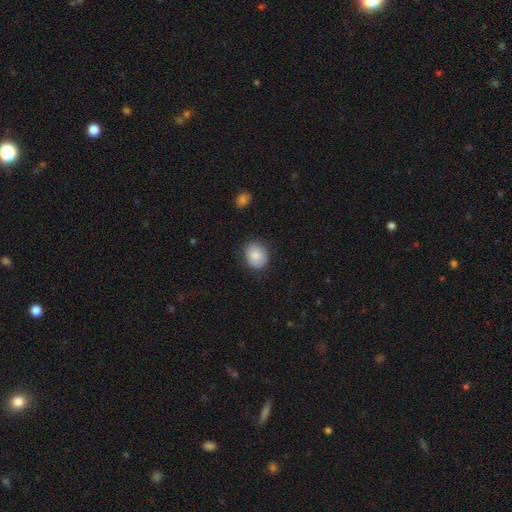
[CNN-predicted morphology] smooth_or_featured: smooth (p=0.83) [alt: featured or disk p=0.10]
how_rounded: round (p=0.66) [alt: in between p=0.33]
merging: none (p=0.82) [alt: minor disturbance p=0.14]